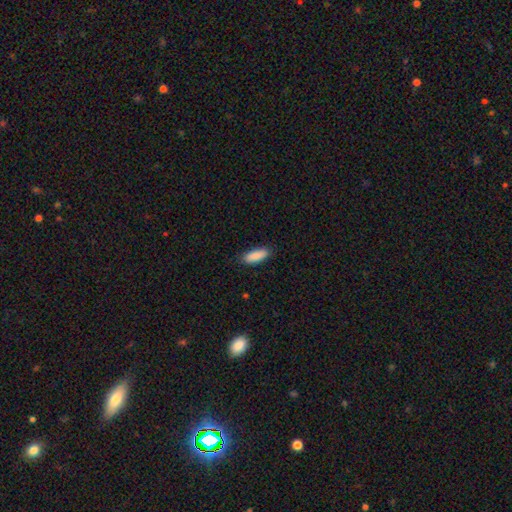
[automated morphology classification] Smooth or featured?
  - smooth: 90% *
  - star or artifact: 6%
  - featured or disk: 4%
How rounded?
  - in between: 69% *
  - cigar-shaped: 29%
  - round: 2%
Merging?
  - none: 87% *
  - minor disturbance: 10%
  - major disturbance: 2%
  - merger: 1%